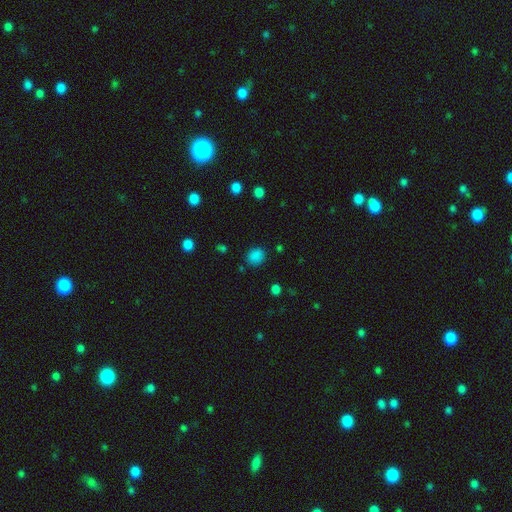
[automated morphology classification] Smooth or featured? smooth (83%)
How rounded? round (69%)
Merging? none (83%)